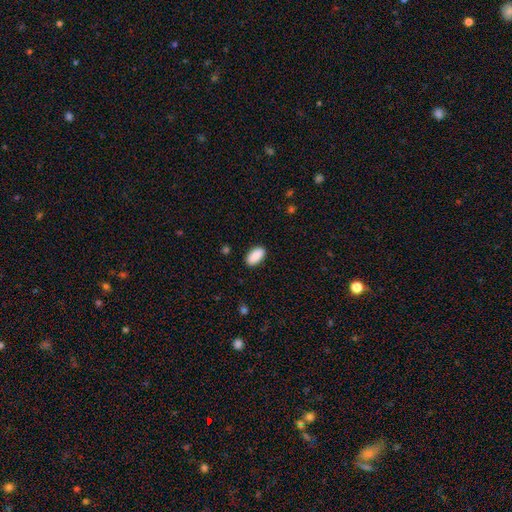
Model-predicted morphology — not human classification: Q: Smooth or featured?
A: smooth (89%); runner-up: star or artifact (6%)
Q: How rounded?
A: in between (94%); runner-up: cigar-shaped (4%)
Q: Merging?
A: none (88%); runner-up: minor disturbance (9%)